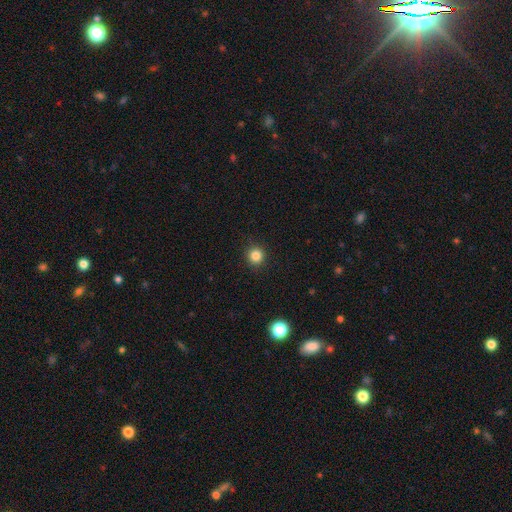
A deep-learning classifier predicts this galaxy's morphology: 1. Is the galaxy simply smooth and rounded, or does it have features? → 84% smooth, 12% star or artifact, 4% featured or disk.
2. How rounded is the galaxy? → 94% round, 5% in between, 1% cigar-shaped.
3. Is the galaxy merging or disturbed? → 92% none, 5% minor disturbance, 2% major disturbance, 1% merger.